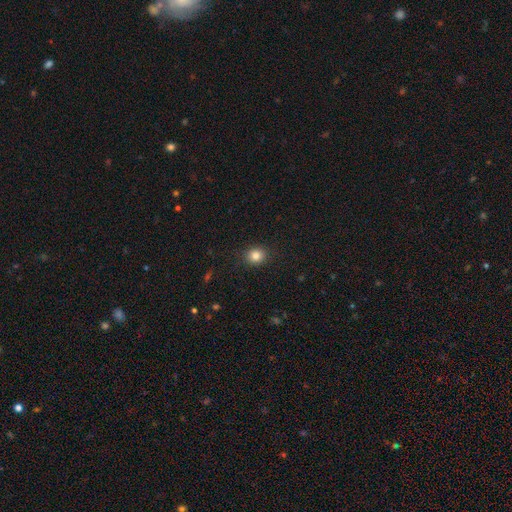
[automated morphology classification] The model was most divided on "how rounded": round: 77%, in between: 22%, cigar-shaped: 1%. More confident: merging — none (90%); smooth or featured — smooth (83%).